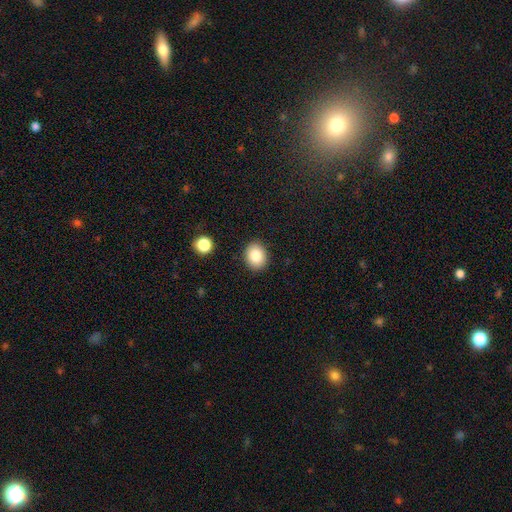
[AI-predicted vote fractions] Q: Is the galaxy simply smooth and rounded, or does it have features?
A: smooth — 83%.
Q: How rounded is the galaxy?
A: round — 59%.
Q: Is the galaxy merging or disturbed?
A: none — 90%.